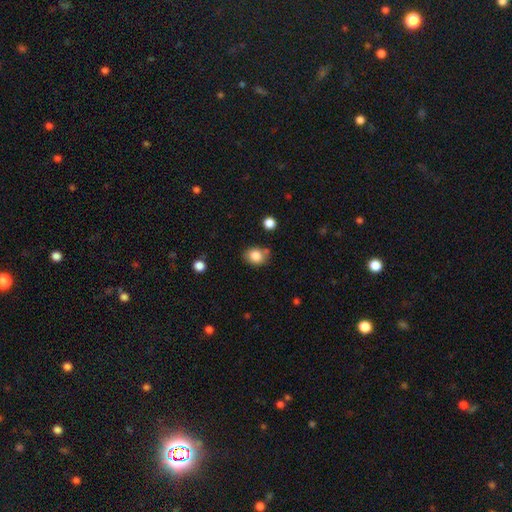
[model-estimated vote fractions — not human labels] Morphology: type=smooth (84%); roundness=round (54%); merging=none (69%).